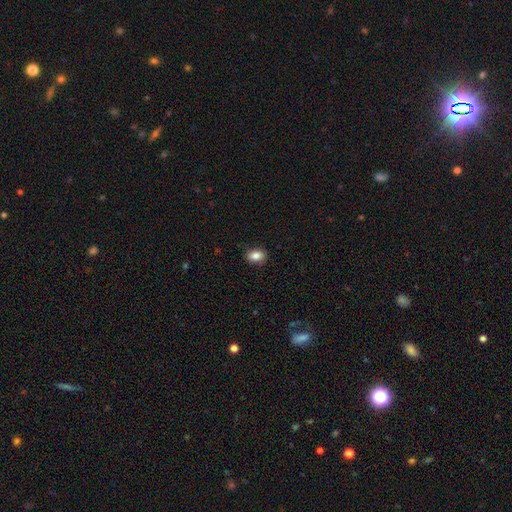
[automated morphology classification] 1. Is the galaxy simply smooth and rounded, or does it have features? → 85% smooth, 9% star or artifact, 7% featured or disk.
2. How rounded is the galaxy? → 77% in between, 22% round, 1% cigar-shaped.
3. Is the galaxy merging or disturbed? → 86% none, 11% minor disturbance, 2% major disturbance, 1% merger.